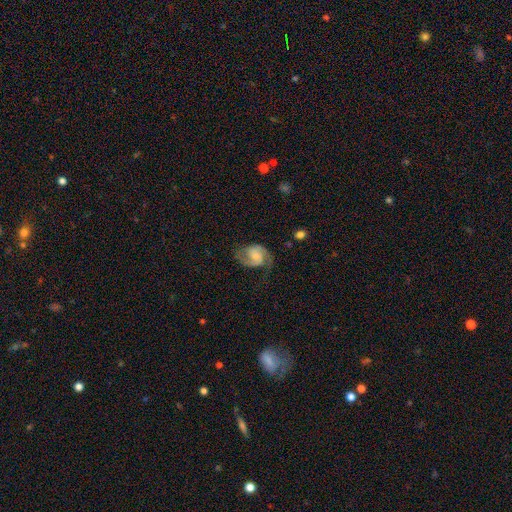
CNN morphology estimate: Smooth or featured?
  - featured or disk: 79% *
  - smooth: 15%
  - star or artifact: 6%
Edge-on disk?
  - no: 98% *
  - yes: 2%
Bar?
  - no: 51% *
  - weak: 40%
  - strong: 9%
Spiral arms?
  - yes: 95% *
  - no: 5%
Spiral winding?
  - medium: 52% *
  - loose: 25%
  - tight: 23%
Spiral arm count?
  - 2: 86% *
  - 1: 6%
  - can't tell: 5%
  - 3: 2%
  - 4: 1%
  - more than 4: 1%
Bulge size?
  - small: 44% *
  - moderate: 31%
  - none: 17%
  - large: 6%
  - dominant: 2%
Merging?
  - none: 63% *
  - minor disturbance: 21%
  - major disturbance: 14%
  - merger: 2%